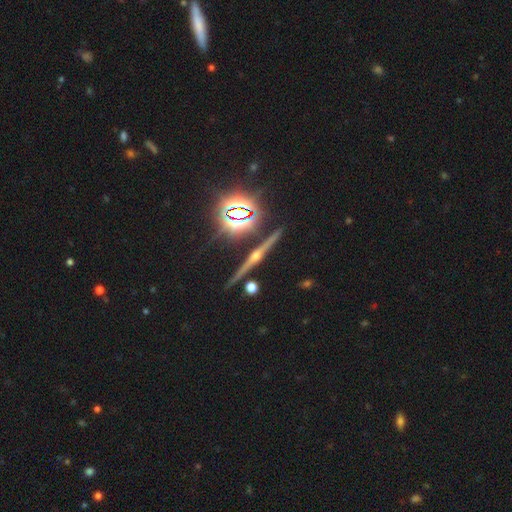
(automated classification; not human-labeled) A featured or disk galaxy (73%) viewed edge-on (97%) with a rounded central bulge (93%). Merging: none (90%).